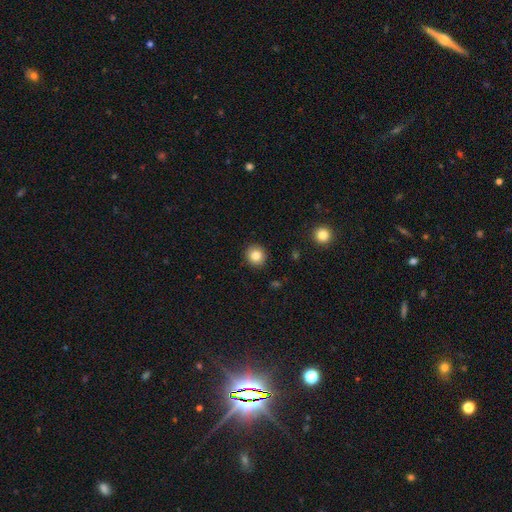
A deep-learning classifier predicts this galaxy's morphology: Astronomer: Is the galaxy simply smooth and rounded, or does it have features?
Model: smooth — 84%.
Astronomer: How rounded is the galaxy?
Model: round — 88%.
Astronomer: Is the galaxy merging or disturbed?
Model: none — 91%.